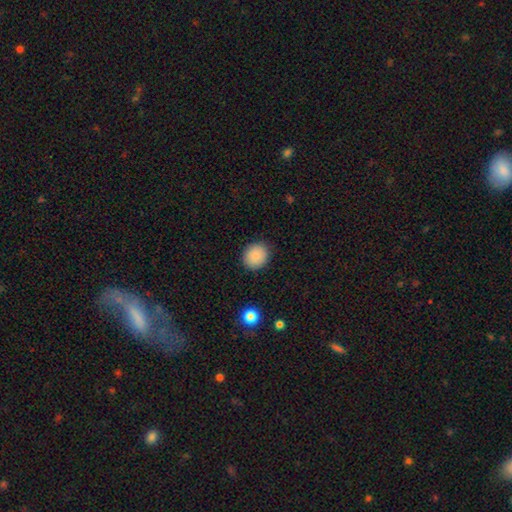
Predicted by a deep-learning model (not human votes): A smooth galaxy with no disk features (87%) that is round (81%). Merging: none (90%).